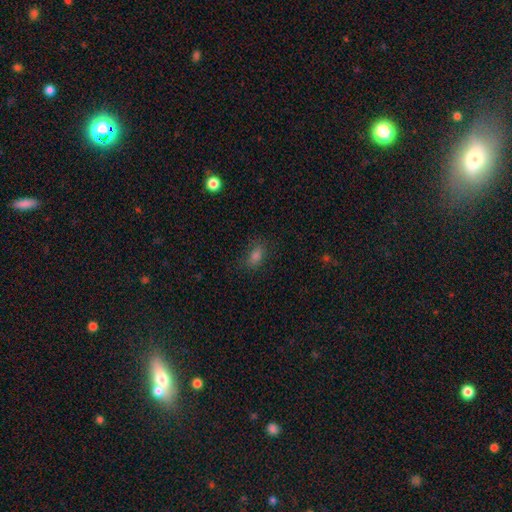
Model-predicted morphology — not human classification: This appears to be a smooth galaxy with no disk features (74%) that is in between round and cigar-shaped (80%). Merging: none (77%).